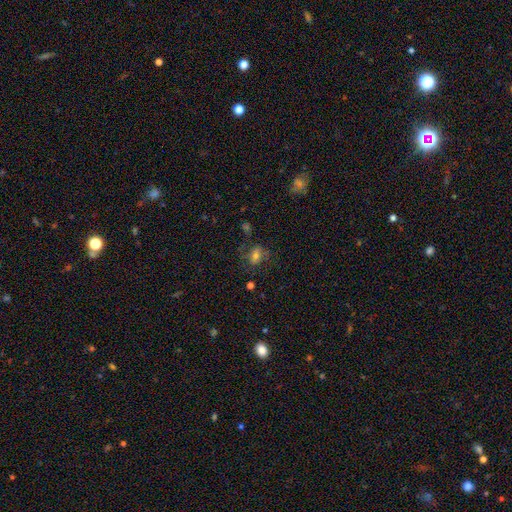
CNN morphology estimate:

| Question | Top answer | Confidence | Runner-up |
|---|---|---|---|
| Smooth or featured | smooth | 61% | featured or disk (24%) |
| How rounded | in between | 57% | round (41%) |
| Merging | none | 60% | minor disturbance (21%) |